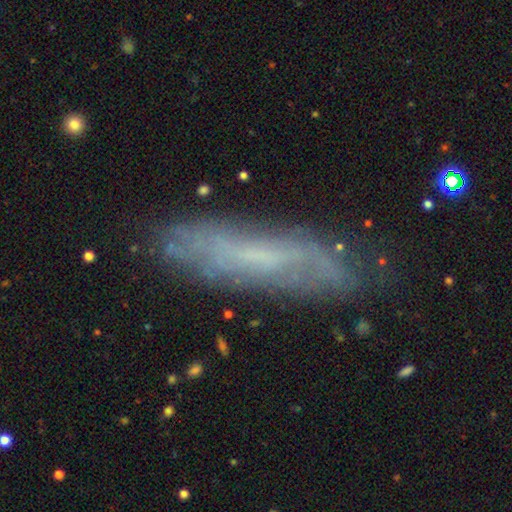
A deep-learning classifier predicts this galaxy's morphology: This is possibly a featured or disk galaxy (54%). It is possibly not viewed edge-on (53%). Merging: likely none (79%).